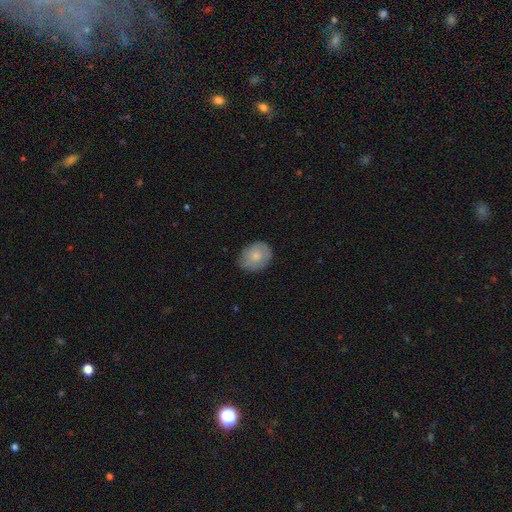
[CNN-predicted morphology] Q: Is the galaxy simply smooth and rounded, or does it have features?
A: smooth — 75%.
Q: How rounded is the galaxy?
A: in between — 50%.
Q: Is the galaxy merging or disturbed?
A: none — 73%.